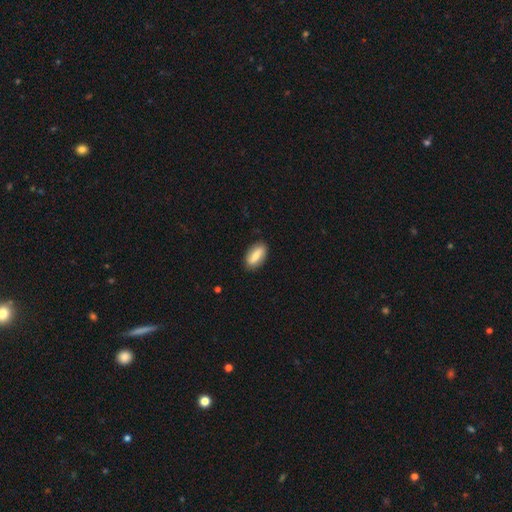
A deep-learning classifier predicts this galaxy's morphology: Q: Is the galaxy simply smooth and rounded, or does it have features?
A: smooth — 72%.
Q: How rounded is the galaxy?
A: in between — 87%.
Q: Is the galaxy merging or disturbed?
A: none — 86%.